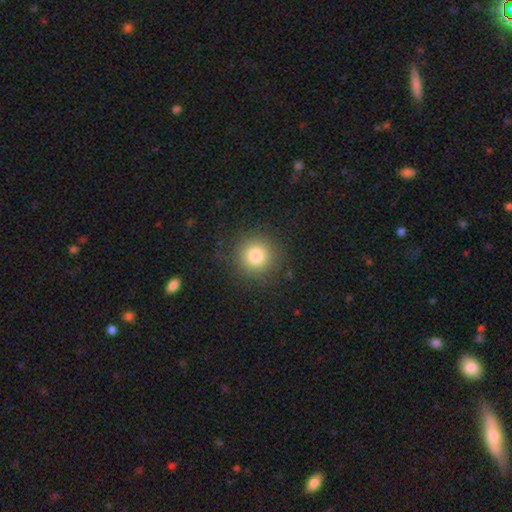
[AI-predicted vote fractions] This is clearly a smooth galaxy (82%). How rounded: clearly round (94%). Merging: clearly none (88%).